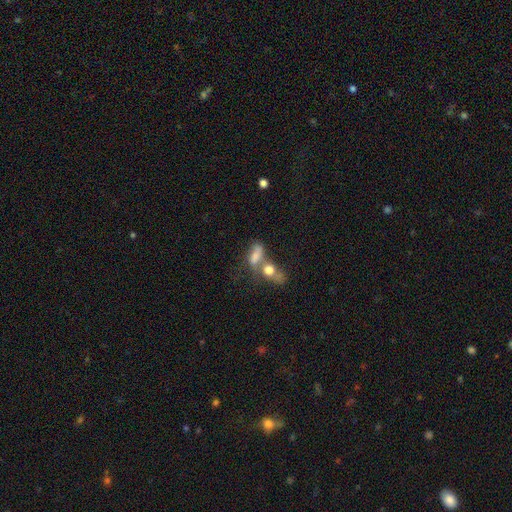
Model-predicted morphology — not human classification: smooth_or_featured: smooth (p=0.66) [alt: featured or disk p=0.22]
how_rounded: in between (p=0.72) [alt: round p=0.17]
merging: merger (p=0.61) [alt: none p=0.18]